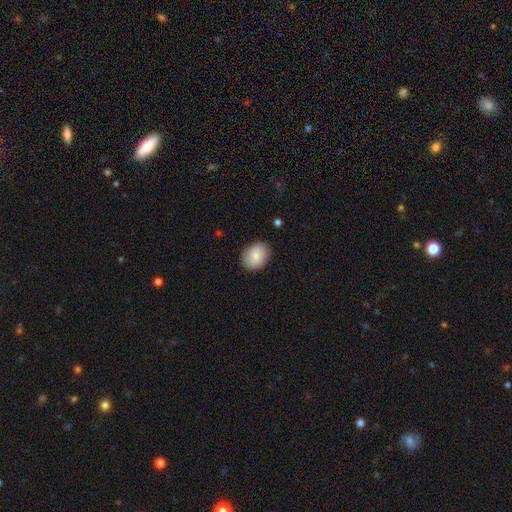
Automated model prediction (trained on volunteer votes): Smooth or featured? smooth (84%)
How rounded? in between (58%)
Merging? none (86%)